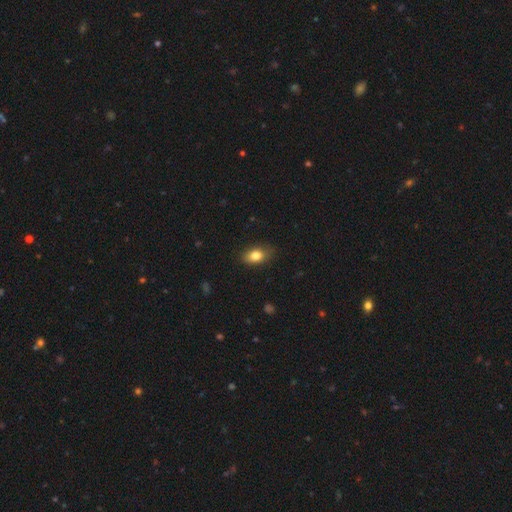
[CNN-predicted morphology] type=smooth (80%); roundness=in between (83%); merging=none (82%).